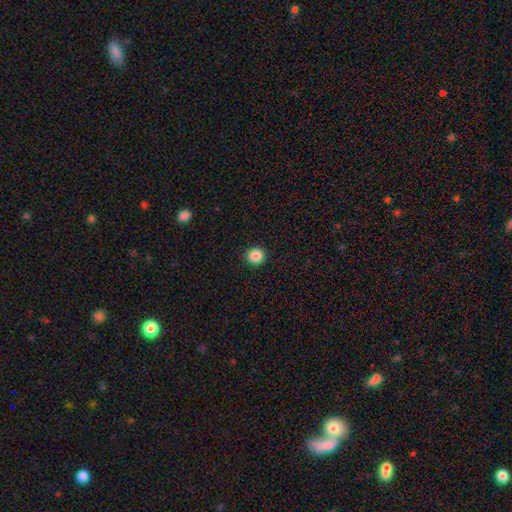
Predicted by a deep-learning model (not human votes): smooth_or_featured: smooth (p=0.87) [alt: star or artifact p=0.10]
how_rounded: round (p=0.92) [alt: in between p=0.07]
merging: none (p=0.92) [alt: minor disturbance p=0.05]